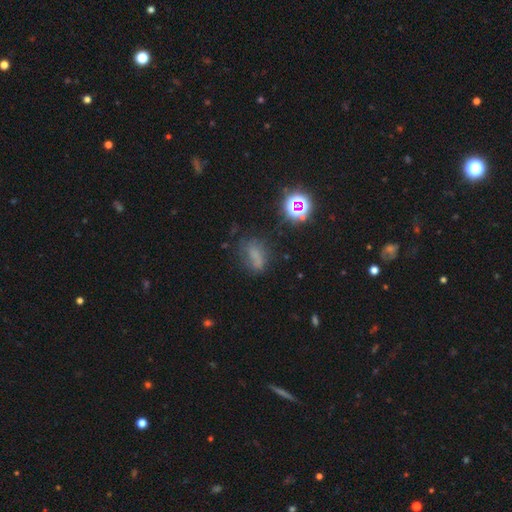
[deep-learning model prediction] smooth 55%, star or artifact 27%, featured or disk 18%. Down the decision tree: how rounded — in between (71%); merging — none (49%).